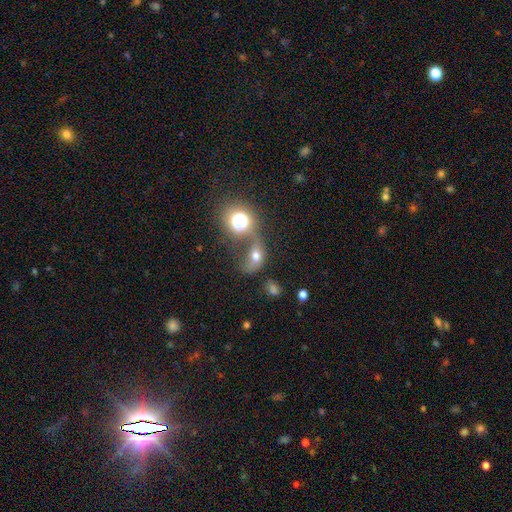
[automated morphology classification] smooth-or-featured: smooth: 58% | featured or disk: 21% | star or artifact: 21%
  how-rounded: in between: 62% | round: 36% | cigar-shaped: 2%
  merging: major disturbance: 34% | merger: 33% | none: 19% | minor disturbance: 14%